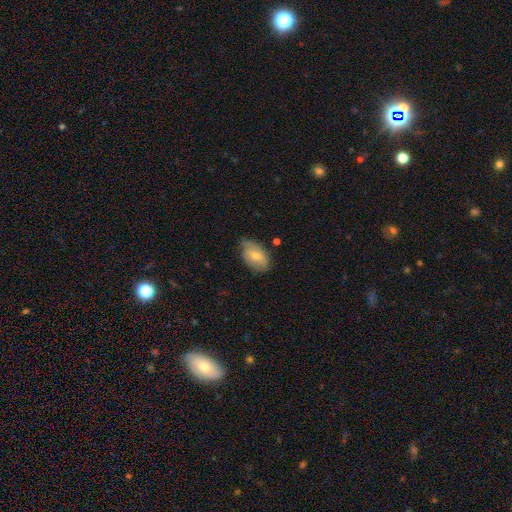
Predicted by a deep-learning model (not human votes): Smooth or featured: smooth — 59% (featured or disk — 34%)
How rounded: in between — 89% (round — 9%)
Merging: none — 58% (minor disturbance — 34%)